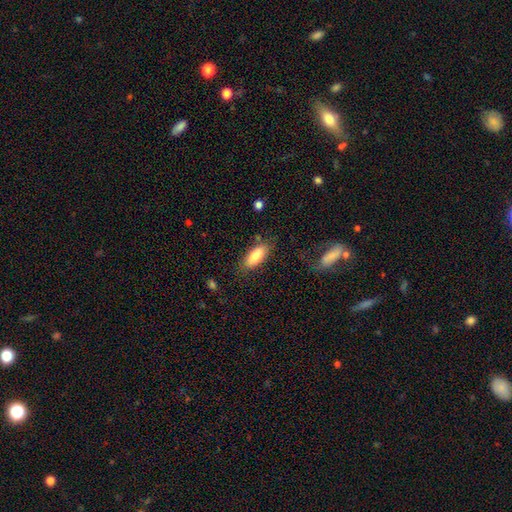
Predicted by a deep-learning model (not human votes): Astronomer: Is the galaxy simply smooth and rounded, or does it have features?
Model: smooth — 83%.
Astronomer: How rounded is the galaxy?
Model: in between — 80%.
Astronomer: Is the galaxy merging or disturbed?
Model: none — 77%.